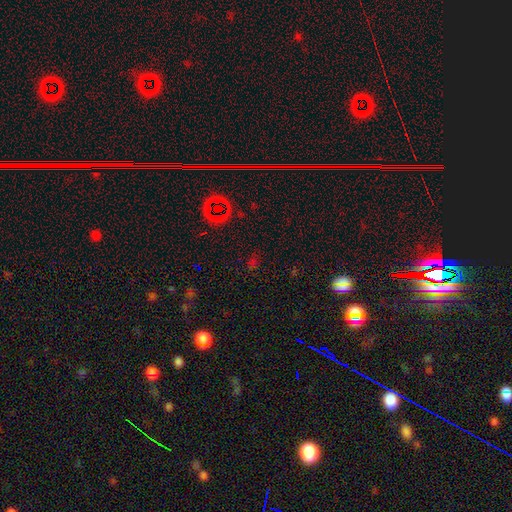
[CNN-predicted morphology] This is possibly a star or artifact rather than a galaxy (60%).